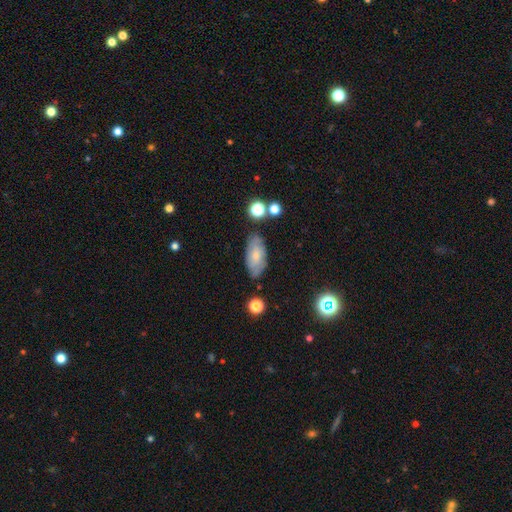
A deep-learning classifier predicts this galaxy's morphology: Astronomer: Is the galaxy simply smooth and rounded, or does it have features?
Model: smooth — 57% (runner-up: featured or disk, 35%).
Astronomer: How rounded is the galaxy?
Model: in between — 89%.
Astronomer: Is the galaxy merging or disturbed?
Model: none — 76%.